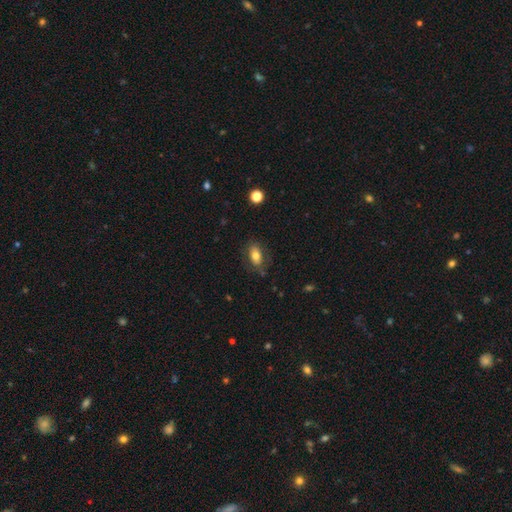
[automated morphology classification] This appears to be a smooth galaxy with no disk features (71%) that is in between round and cigar-shaped (88%). Merging: none (75%).